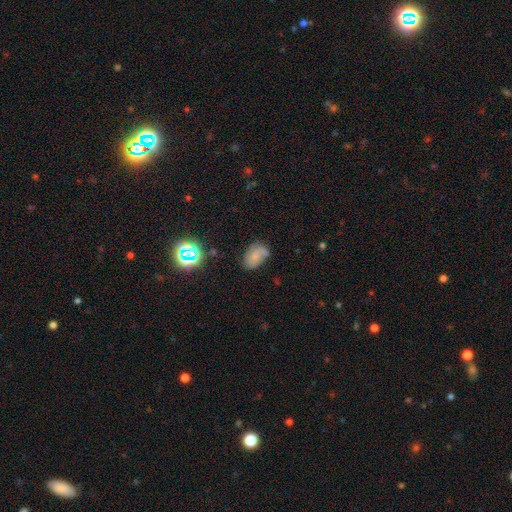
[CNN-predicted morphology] Smooth or featured?
  - smooth: 53% *
  - featured or disk: 31%
  - star or artifact: 15%
How rounded?
  - in between: 84% *
  - round: 14%
  - cigar-shaped: 2%
Merging?
  - none: 54% *
  - minor disturbance: 29%
  - major disturbance: 11%
  - merger: 6%